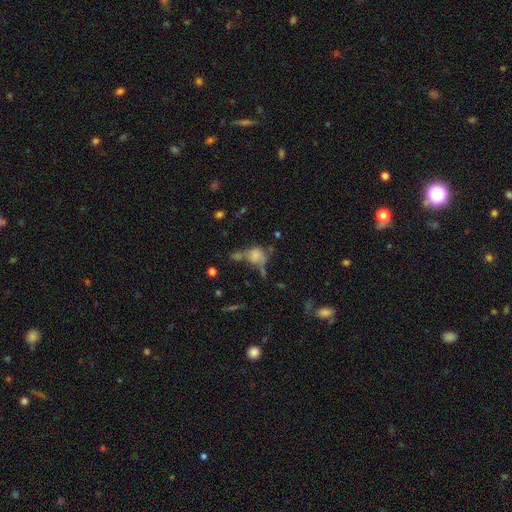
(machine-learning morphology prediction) Smooth or featured? Predicted: smooth (p=0.61). How rounded? Predicted: in between (p=0.52). Merging? Predicted: merger (p=0.35).